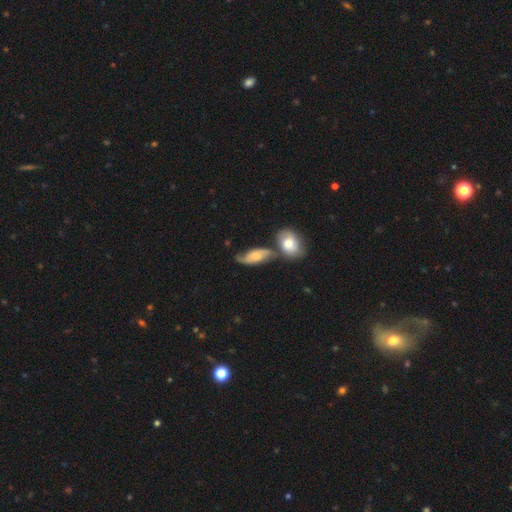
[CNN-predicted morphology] type=featured or disk (56%); edge-on=no (89%); merging=none (43%).